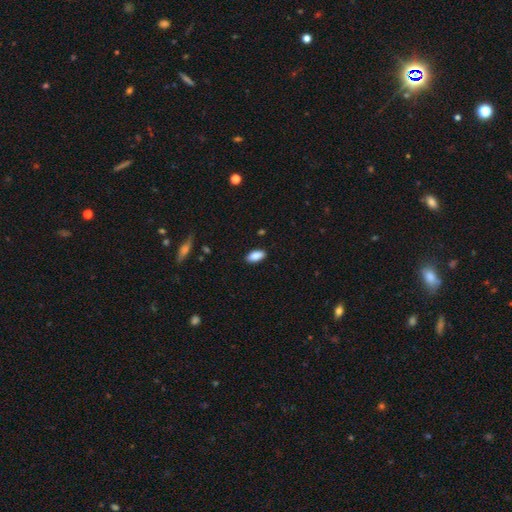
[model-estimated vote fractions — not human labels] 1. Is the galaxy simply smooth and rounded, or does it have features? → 88% smooth, 7% star or artifact, 5% featured or disk.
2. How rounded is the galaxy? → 91% in between, 6% cigar-shaped, 3% round.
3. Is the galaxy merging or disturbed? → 87% none, 10% minor disturbance, 2% major disturbance, 1% merger.